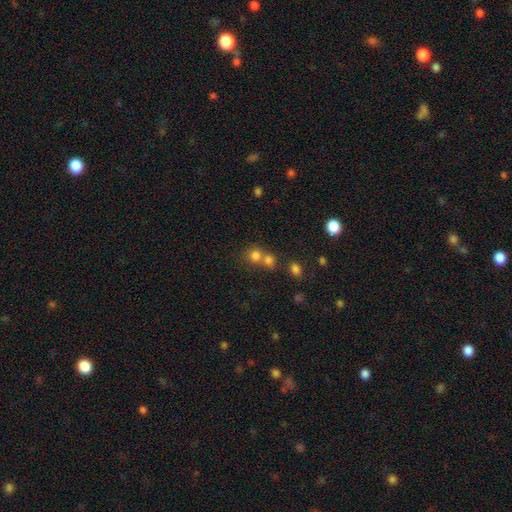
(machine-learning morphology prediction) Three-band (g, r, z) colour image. It shows a smooth galaxy with no disk features (76%) that is round (81%). Merging: merger (49%).